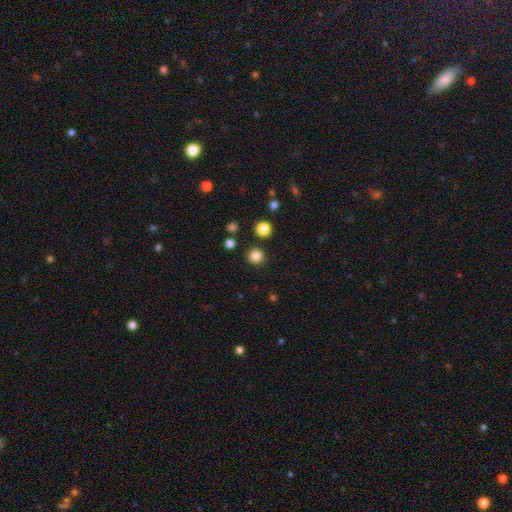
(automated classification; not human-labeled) smooth_or_featured: smooth (p=0.83) [alt: star or artifact p=0.14]
how_rounded: round (p=0.95) [alt: in between p=0.04]
merging: none (p=0.91) [alt: minor disturbance p=0.05]